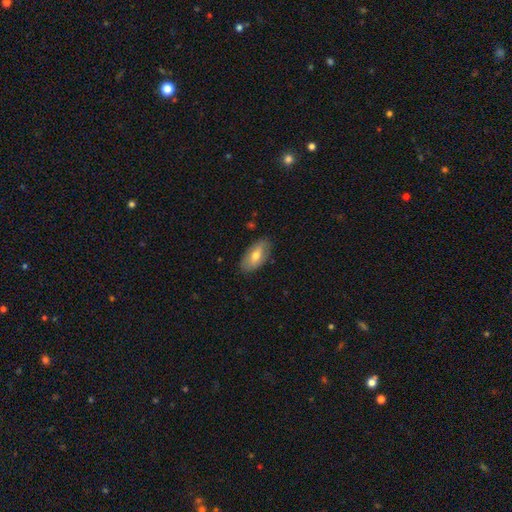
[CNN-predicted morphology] smooth_or_featured: smooth (p=0.65) [alt: featured or disk p=0.28]
how_rounded: in between (p=0.91) [alt: cigar-shaped p=0.06]
merging: none (p=0.82) [alt: minor disturbance p=0.14]